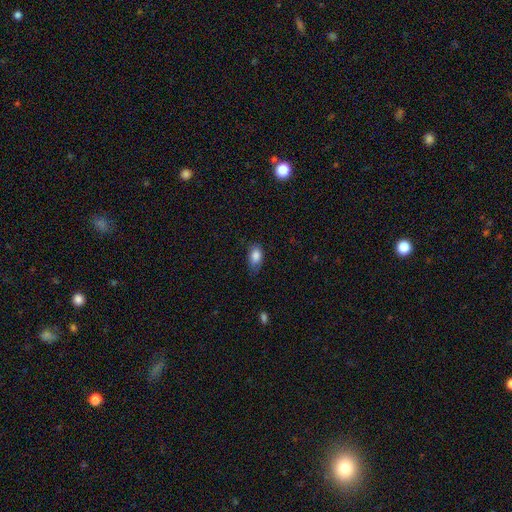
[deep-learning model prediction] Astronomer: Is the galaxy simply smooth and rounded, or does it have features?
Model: smooth — 85%.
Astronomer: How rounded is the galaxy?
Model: in between — 89%.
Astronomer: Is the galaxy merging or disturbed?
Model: none — 63%.